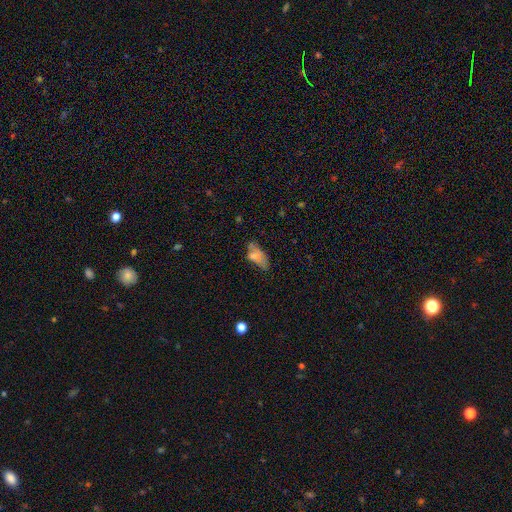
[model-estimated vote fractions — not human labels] A smooth galaxy with no disk features (65%) that is in between round and cigar-shaped (85%). Merging: none (33%).